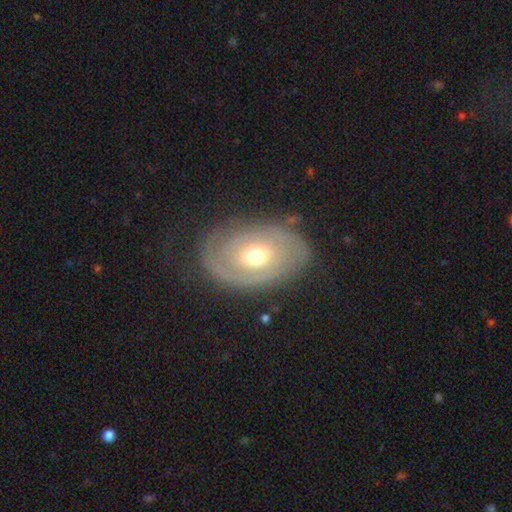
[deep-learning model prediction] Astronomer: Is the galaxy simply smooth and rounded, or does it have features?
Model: featured or disk — 65%.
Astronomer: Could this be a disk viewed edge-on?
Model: no — 94%.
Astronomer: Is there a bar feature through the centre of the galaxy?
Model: no — 79%.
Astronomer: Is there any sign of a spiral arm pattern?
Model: yes — 59% (runner-up: no, 41%).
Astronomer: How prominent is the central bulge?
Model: moderate — 71%.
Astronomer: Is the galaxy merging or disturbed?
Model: none — 75%.